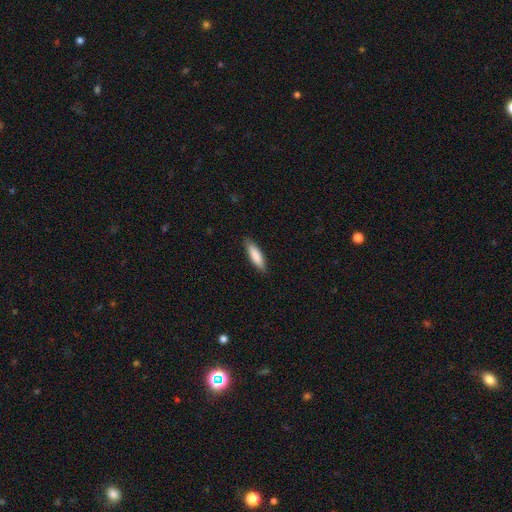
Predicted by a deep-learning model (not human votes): smooth-or-featured: smooth: 85% | featured or disk: 10% | star or artifact: 5%
  how-rounded: cigar-shaped: 60% | in between: 39% | round: 1%
  merging: none: 86% | minor disturbance: 11% | major disturbance: 2% | merger: 1%